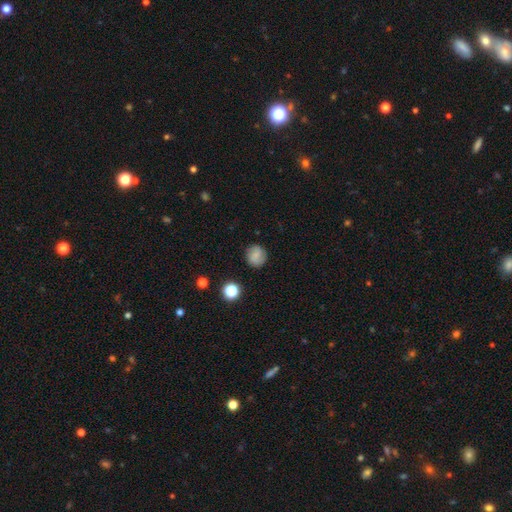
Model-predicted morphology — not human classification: Smooth or featured: smooth — 70% (featured or disk — 20%)
How rounded: round — 89% (in between — 10%)
Merging: none — 86% (minor disturbance — 10%)